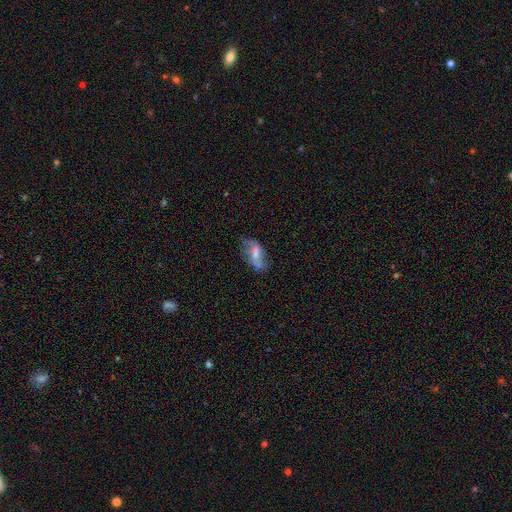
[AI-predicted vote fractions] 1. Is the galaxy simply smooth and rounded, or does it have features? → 58% featured or disk, 32% smooth, 10% star or artifact.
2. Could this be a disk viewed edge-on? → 92% no, 8% yes.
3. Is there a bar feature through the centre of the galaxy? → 47% weak, 28% no, 25% strong.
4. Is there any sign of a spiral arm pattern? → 78% yes, 22% no.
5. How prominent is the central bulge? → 40% moderate, 37% small, 15% none, 6% large, 1% dominant.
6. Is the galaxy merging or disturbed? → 66% none, 21% minor disturbance, 9% major disturbance, 4% merger.